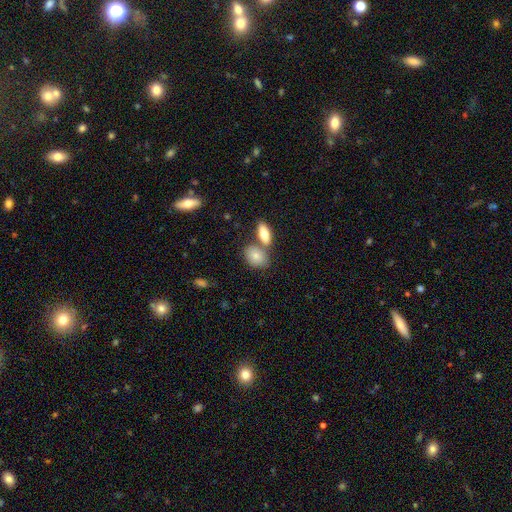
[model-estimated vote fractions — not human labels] This is clearly a smooth galaxy (81%). How rounded: clearly in between (81%). Merging: possibly none (54%).